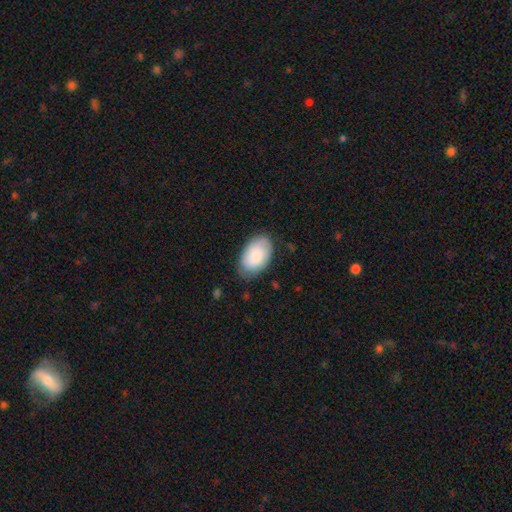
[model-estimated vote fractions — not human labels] A smooth galaxy with no disk features (80%) that is in between round and cigar-shaped (93%).

Vote fractions:
- Smooth or featured? smooth: 80% / featured or disk: 14% / star or artifact: 6%
- How rounded? in between: 93% / round: 6% / cigar-shaped: 1%
- Merging? none: 77% / minor disturbance: 18% / major disturbance: 4% / merger: 1%